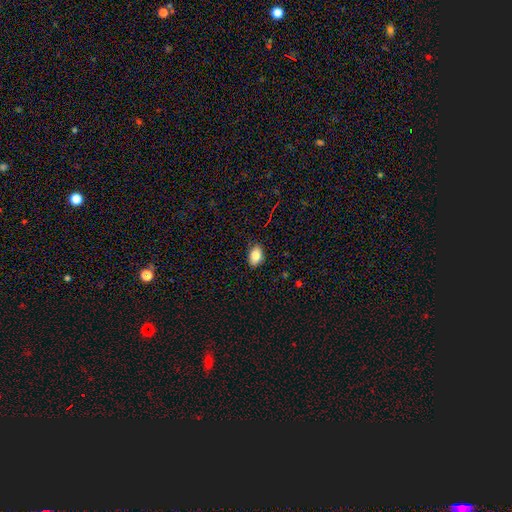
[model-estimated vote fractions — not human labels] A smooth galaxy with no disk features (83%) that is in between round and cigar-shaped (85%). Merging: none (85%).